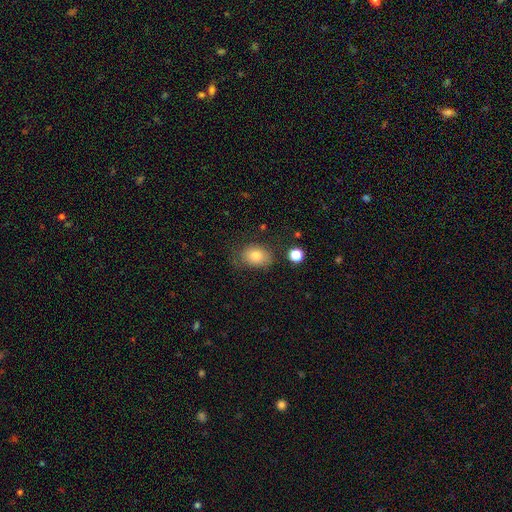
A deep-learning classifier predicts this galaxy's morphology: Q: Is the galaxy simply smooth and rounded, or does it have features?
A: smooth — 81%.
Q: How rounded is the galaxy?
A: in between — 66%.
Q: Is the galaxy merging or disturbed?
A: none — 65%.